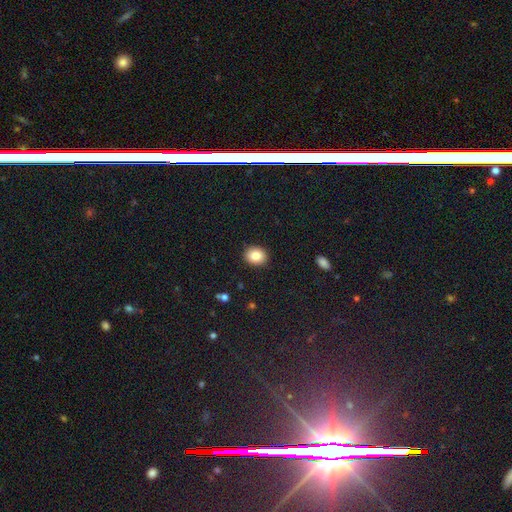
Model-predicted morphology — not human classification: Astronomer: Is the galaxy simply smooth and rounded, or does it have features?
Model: smooth — 86%.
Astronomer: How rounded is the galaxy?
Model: round — 55% (runner-up: in between, 44%).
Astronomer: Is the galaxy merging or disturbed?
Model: none — 90%.